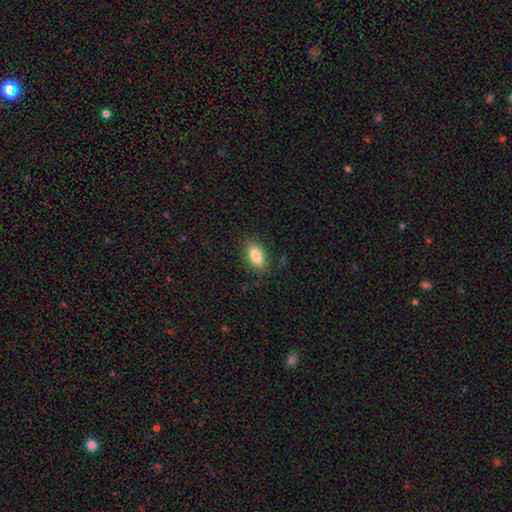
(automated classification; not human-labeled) This is clearly a smooth galaxy (81%). How rounded: clearly in between (87%). Merging: clearly none (85%).